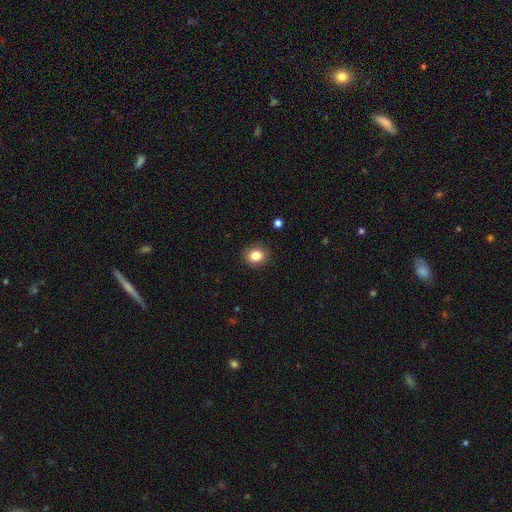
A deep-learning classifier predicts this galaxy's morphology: smooth_or_featured: smooth (p=0.85) [alt: star or artifact p=0.10]
how_rounded: round (p=0.70) [alt: in between p=0.29]
merging: none (p=0.89) [alt: minor disturbance p=0.07]